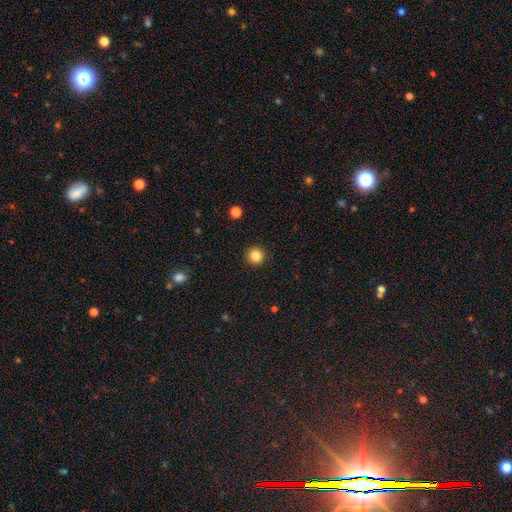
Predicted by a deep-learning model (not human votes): This is clearly a smooth galaxy (85%). How rounded: clearly round (95%). Merging: clearly none (93%).